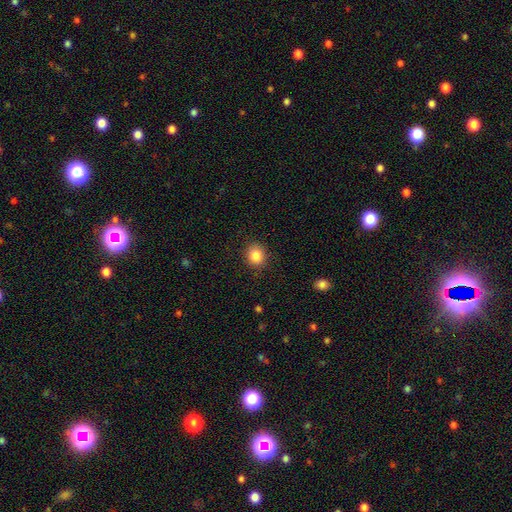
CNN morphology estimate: type=smooth (86%); roundness=round (76%); merging=none (88%).